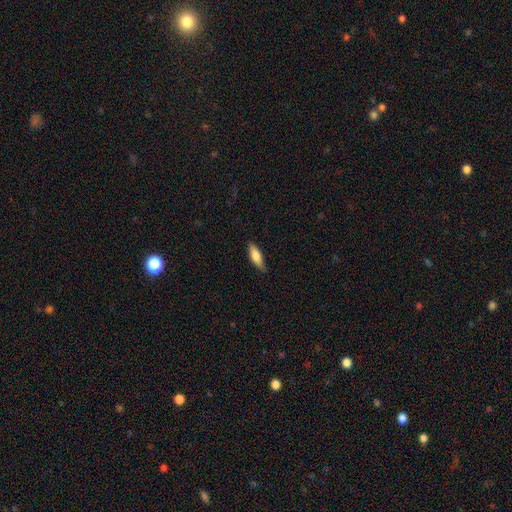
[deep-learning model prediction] Overall: smooth (78%). How rounded: in between (51%; cigar-shaped 47%). Merging: none (77%).